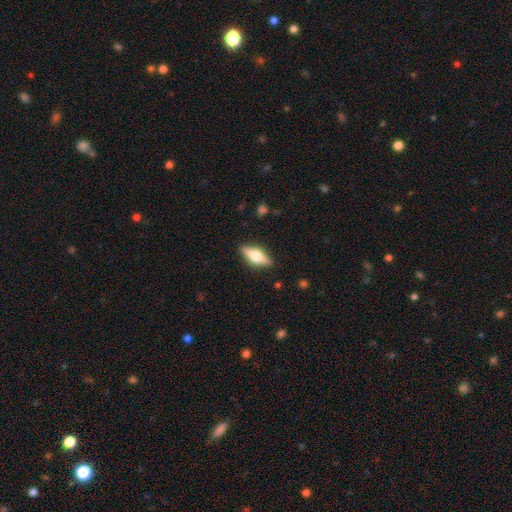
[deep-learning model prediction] This appears to be a featured or disk galaxy (52%) viewed edge-on (92%). Merging: none (87%).